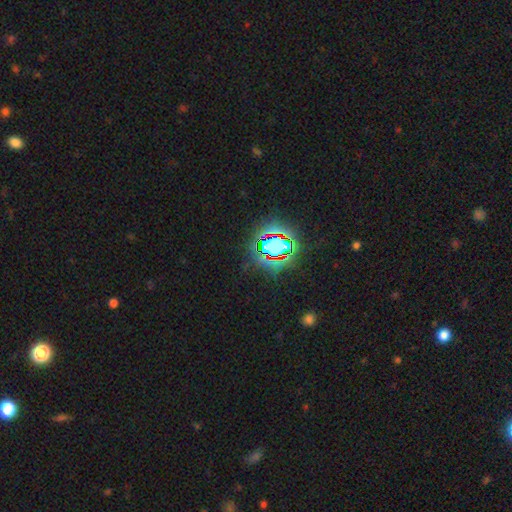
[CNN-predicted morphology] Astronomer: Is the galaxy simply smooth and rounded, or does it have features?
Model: star or artifact — 80%.